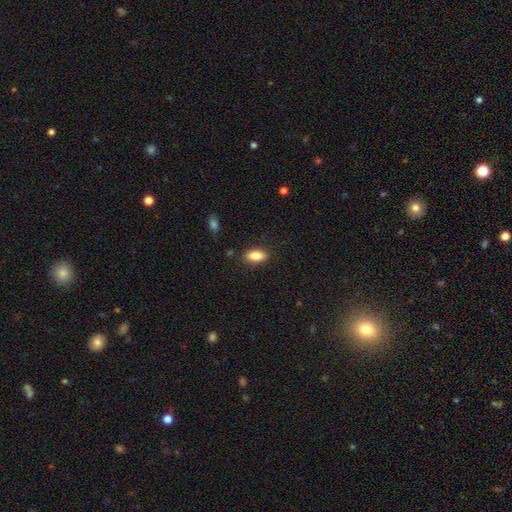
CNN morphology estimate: type=smooth (85%); roundness=in between (88%); merging=none (85%).